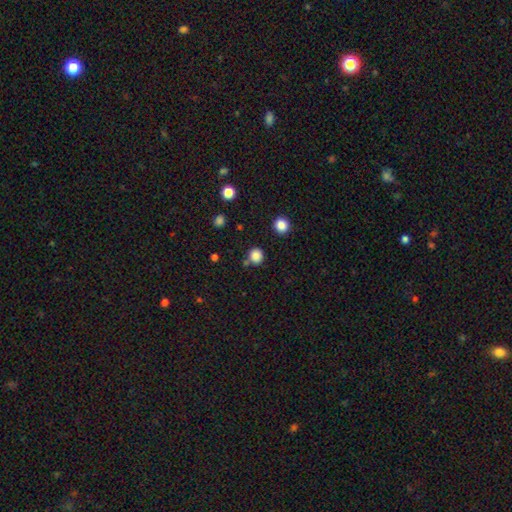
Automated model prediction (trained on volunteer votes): Smooth or featured? Predicted: smooth (p=0.84). How rounded? Predicted: round (p=0.88). Merging? Predicted: none (p=0.76).